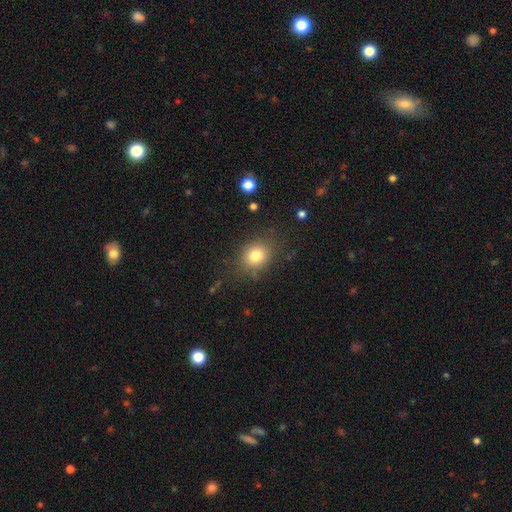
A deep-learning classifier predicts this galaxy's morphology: This is likely a smooth galaxy (79%). How rounded: possibly round (58%). Merging: clearly none (80%).